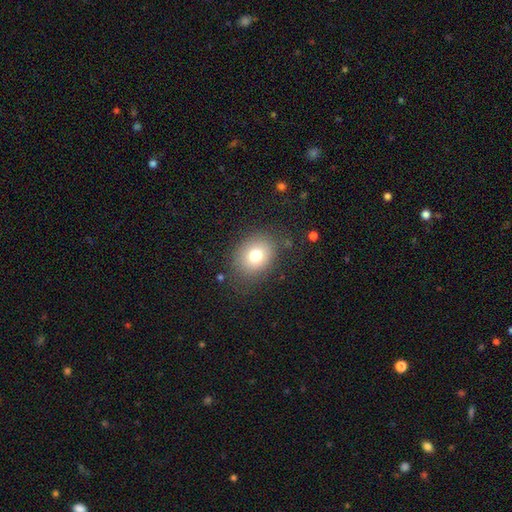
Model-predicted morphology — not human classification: This appears to be a smooth galaxy with no disk features (75%) that is round (51%). Merging: none (80%).